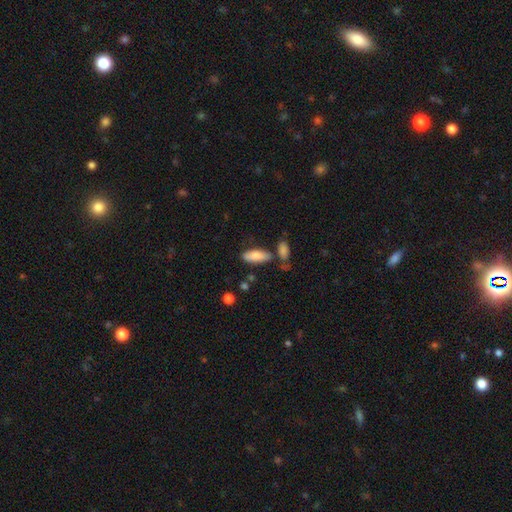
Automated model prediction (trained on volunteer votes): A smooth galaxy with no disk features (82%) that is in between round and cigar-shaped (76%). Merging: none (70%).